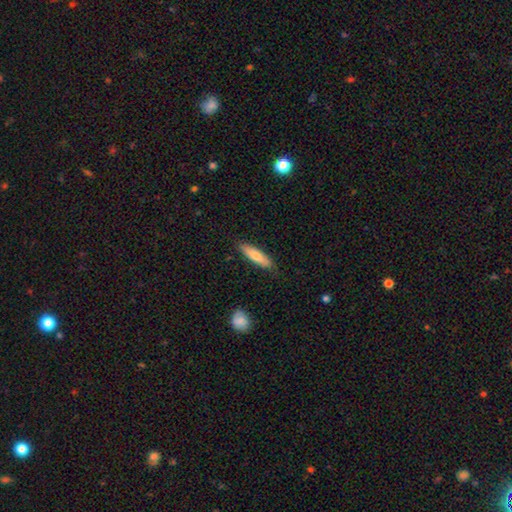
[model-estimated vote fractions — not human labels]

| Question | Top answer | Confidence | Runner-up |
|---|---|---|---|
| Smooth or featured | smooth | 71% | featured or disk (23%) |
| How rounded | cigar-shaped | 70% | in between (28%) |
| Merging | none | 84% | minor disturbance (12%) |